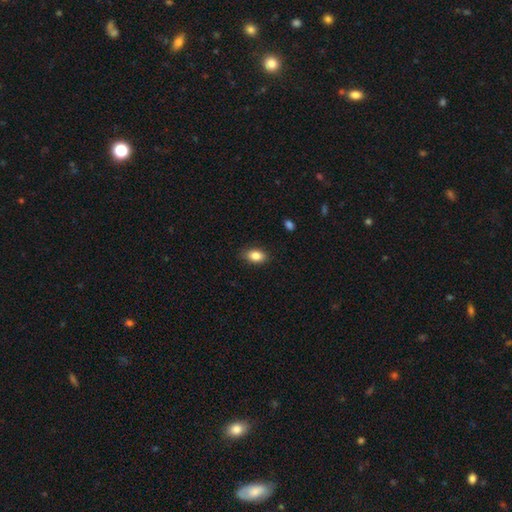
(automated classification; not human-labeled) Q: Smooth or featured?
A: smooth (85%); runner-up: star or artifact (8%)
Q: How rounded?
A: in between (85%); runner-up: round (13%)
Q: Merging?
A: none (85%); runner-up: minor disturbance (11%)